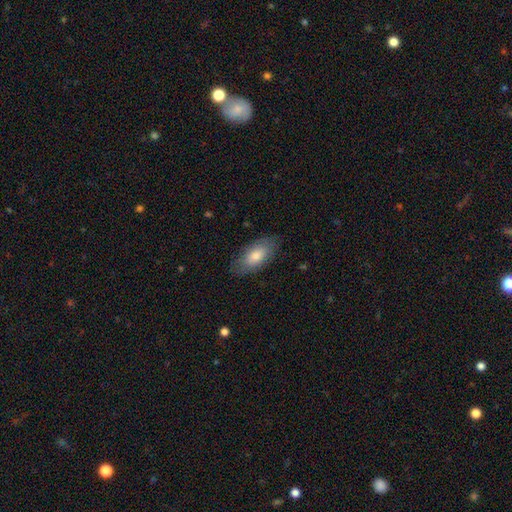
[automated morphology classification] A smooth galaxy with no disk features (74%) that is in between round and cigar-shaped (91%). Merging: none (82%).